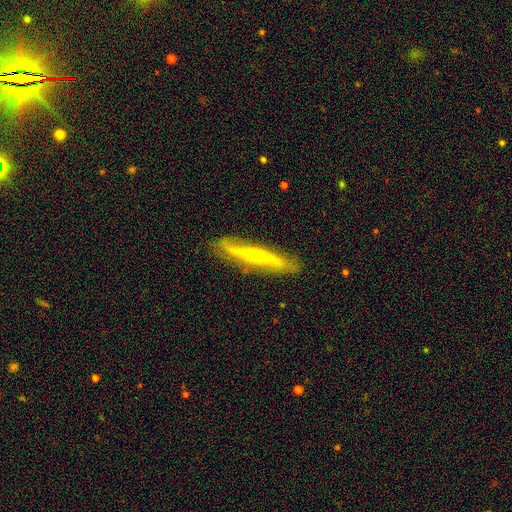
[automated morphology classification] smooth-or-featured: featured or disk: 67% | smooth: 26% | star or artifact: 6%
  disk-edge-on: yes: 69% | no: 31%
  merging: none: 81% | minor disturbance: 15% | major disturbance: 3% | merger: 1%